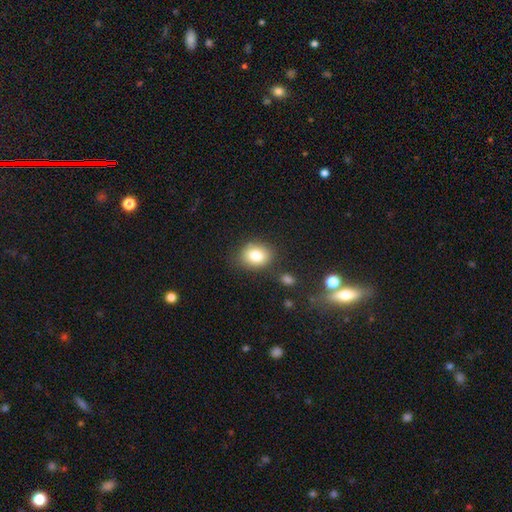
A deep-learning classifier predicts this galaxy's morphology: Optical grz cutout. It shows a smooth galaxy with no disk features (81%) that is in between round and cigar-shaped (58%). Merging: none (77%).